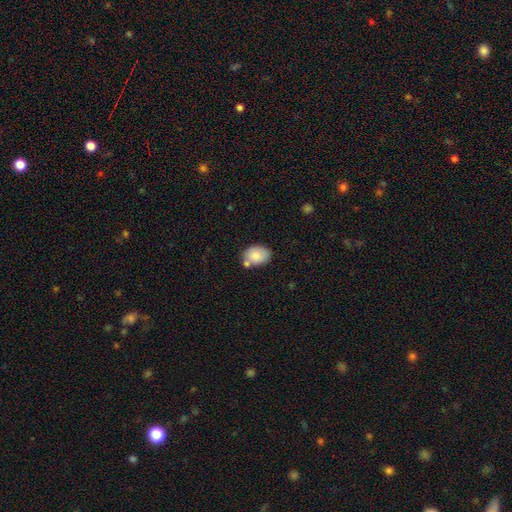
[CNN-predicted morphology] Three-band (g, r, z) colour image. It shows a smooth galaxy with no disk features (83%) that is in between round and cigar-shaped (76%). Merging: none (64%).